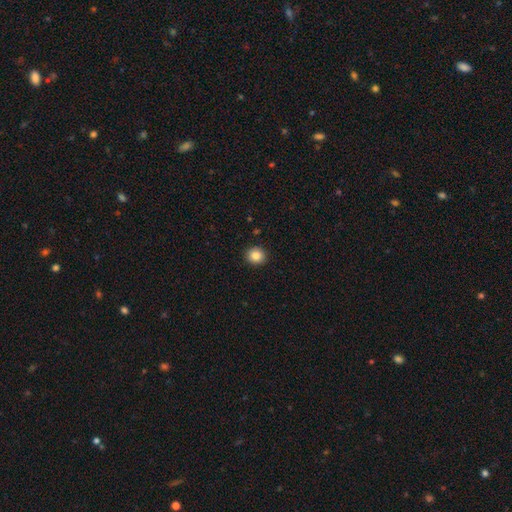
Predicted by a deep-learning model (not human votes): Smooth or featured?
  - smooth: 85% *
  - star or artifact: 10%
  - featured or disk: 5%
How rounded?
  - round: 86% *
  - in between: 13%
  - cigar-shaped: 1%
Merging?
  - none: 92% *
  - minor disturbance: 5%
  - major disturbance: 2%
  - merger: 1%